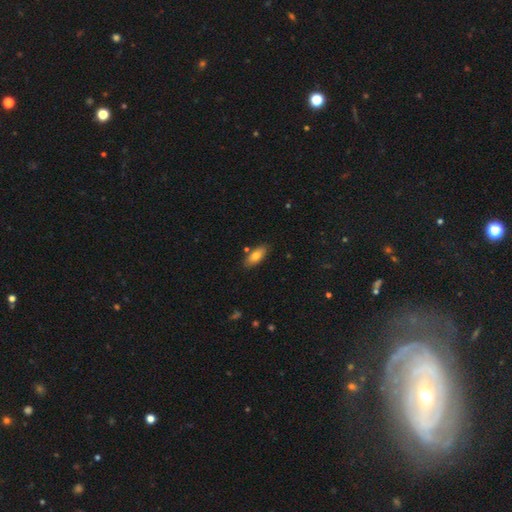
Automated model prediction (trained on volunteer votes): A smooth galaxy with no disk features (76%) that is in between round and cigar-shaped (84%).

Vote fractions:
- Smooth or featured? smooth: 76% / featured or disk: 16% / star or artifact: 7%
- How rounded? in between: 84% / cigar-shaped: 14% / round: 3%
- Merging? none: 83% / minor disturbance: 11% / merger: 4% / major disturbance: 2%